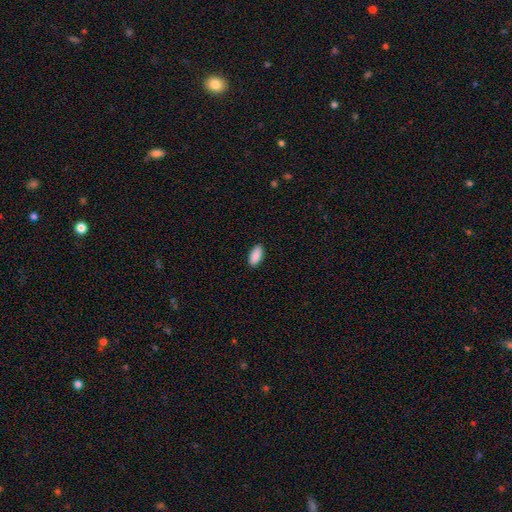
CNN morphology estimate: smooth_or_featured: smooth (p=0.91) [alt: star or artifact p=0.06]
how_rounded: in between (p=0.91) [alt: cigar-shaped p=0.07]
merging: none (p=0.90) [alt: minor disturbance p=0.07]